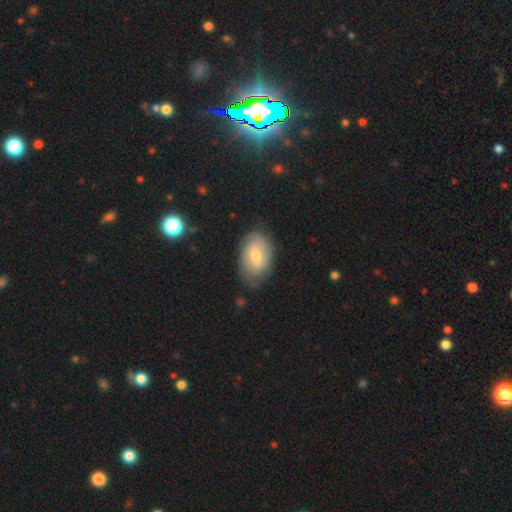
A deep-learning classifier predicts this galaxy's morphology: Smooth or featured? Predicted: featured or disk (p=0.50). Edge-on disk? Predicted: no (p=0.94). Merging? Predicted: none (p=0.72).